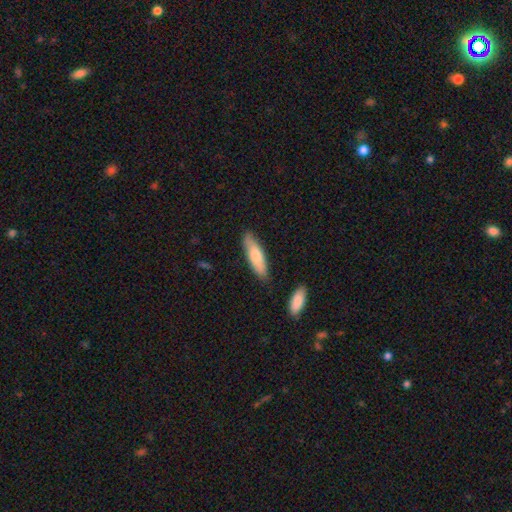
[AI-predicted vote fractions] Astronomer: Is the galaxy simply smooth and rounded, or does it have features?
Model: smooth — 70%.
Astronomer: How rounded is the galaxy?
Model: cigar-shaped — 59% (runner-up: in between, 40%).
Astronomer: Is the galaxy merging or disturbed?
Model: none — 81%.